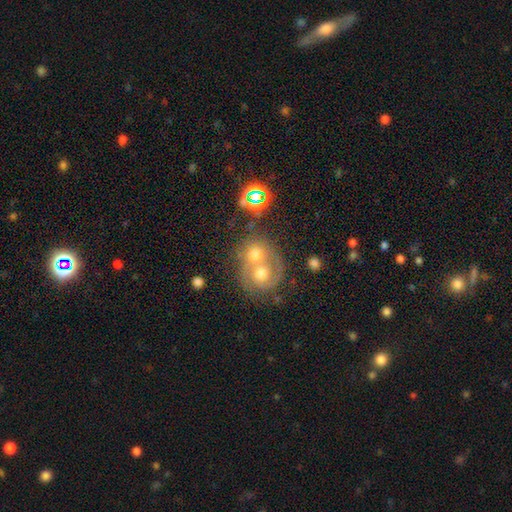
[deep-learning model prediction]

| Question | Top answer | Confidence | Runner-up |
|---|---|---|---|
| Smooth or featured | featured or disk | 55% | smooth (31%) |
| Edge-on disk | no | 97% | yes (3%) |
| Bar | no | 76% | weak (19%) |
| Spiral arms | yes | 70% | no (30%) |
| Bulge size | moderate | 66% | small (17%) |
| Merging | merger | 62% | none (25%) |